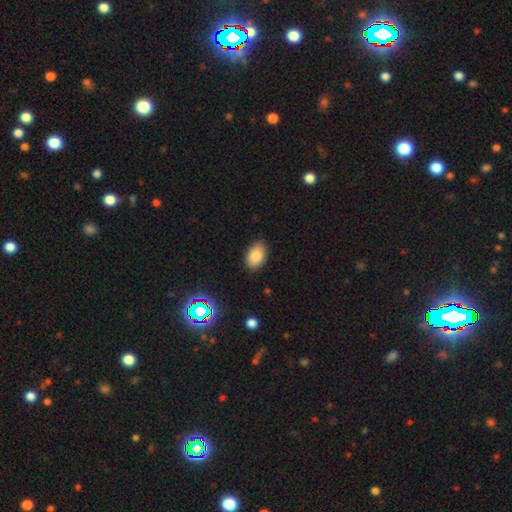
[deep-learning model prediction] smooth-or-featured: smooth: 83% | star or artifact: 10% | featured or disk: 7%
  how-rounded: in between: 88% | round: 11% | cigar-shaped: 1%
  merging: none: 87% | minor disturbance: 10% | major disturbance: 2% | merger: 1%